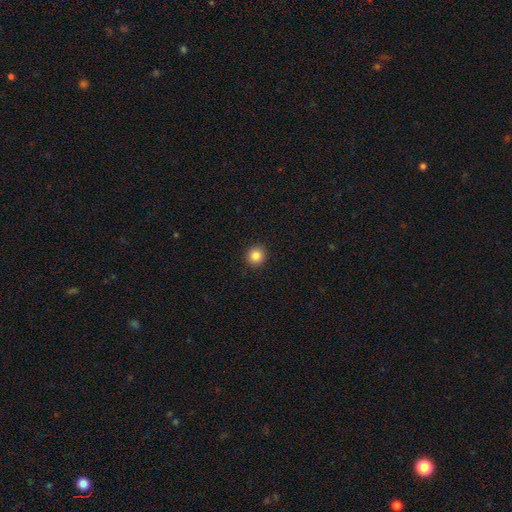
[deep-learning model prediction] smooth 86%, star or artifact 10%, featured or disk 4%. Down the decision tree: how rounded — round (93%); merging — none (93%).